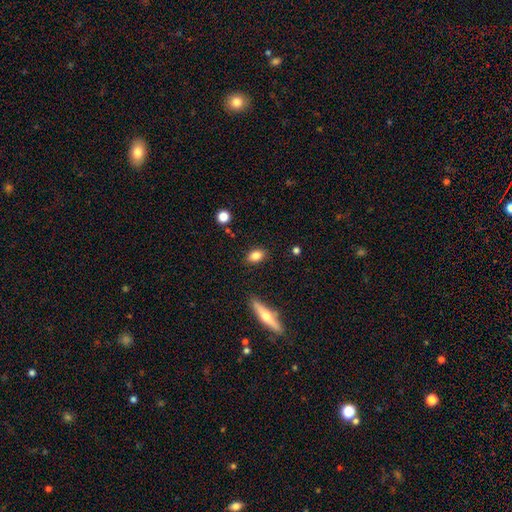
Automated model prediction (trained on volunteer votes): This is clearly a smooth galaxy (82%). How rounded: clearly in between (81%). Merging: clearly none (87%).